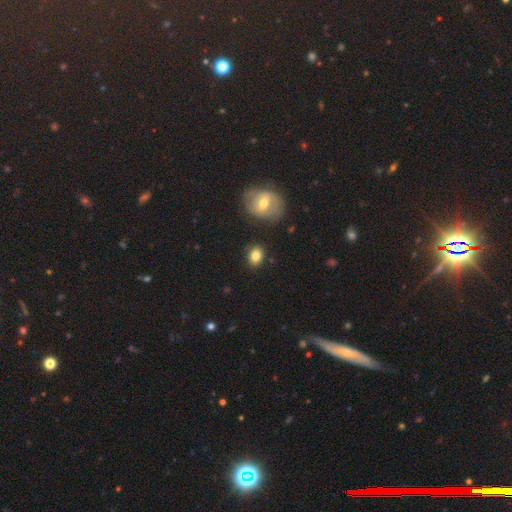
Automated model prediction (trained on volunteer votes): Smooth or featured: smooth — 82% (star or artifact — 9%)
How rounded: in between — 51% (round — 48%)
Merging: none — 84% (minor disturbance — 10%)